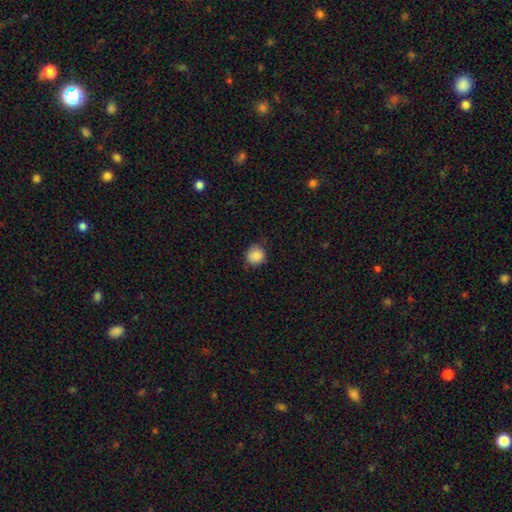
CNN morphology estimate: smooth_or_featured: smooth (p=0.87) [alt: star or artifact p=0.09]
how_rounded: round (p=0.88) [alt: in between p=0.11]
merging: none (p=0.77) [alt: minor disturbance p=0.19]